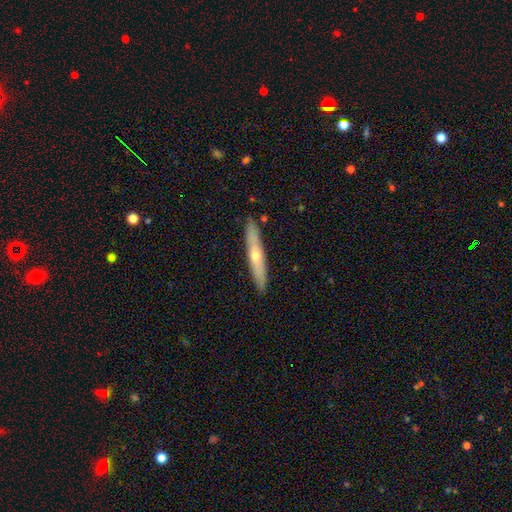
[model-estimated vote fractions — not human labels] featured or disk 53%, smooth 41%, star or artifact 6%. Down the decision tree: edge-on disk — yes (86%); merging — none (90%).